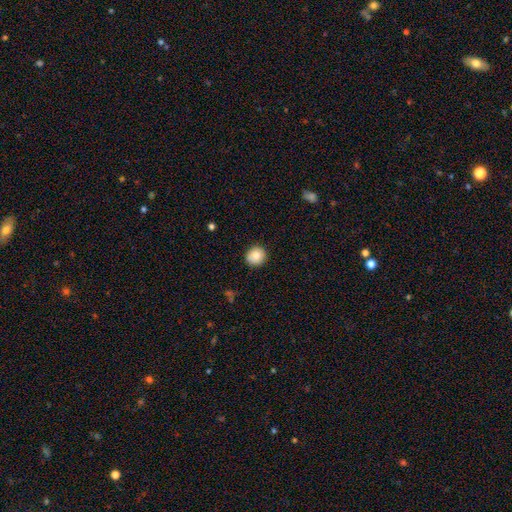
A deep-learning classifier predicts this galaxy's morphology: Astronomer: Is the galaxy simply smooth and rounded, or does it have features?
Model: smooth — 81%.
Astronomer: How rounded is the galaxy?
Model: round — 89%.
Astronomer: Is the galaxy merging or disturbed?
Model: none — 90%.